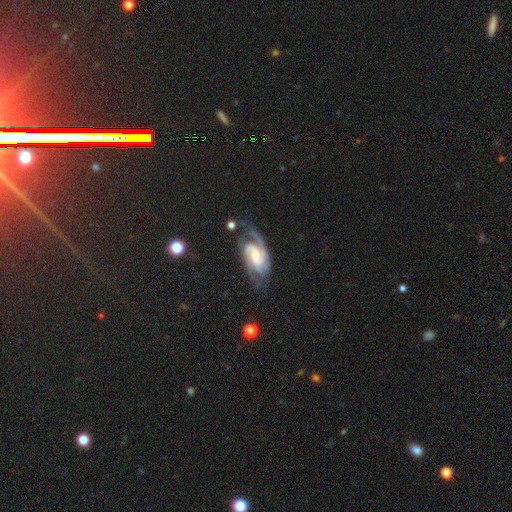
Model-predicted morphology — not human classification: Q: Smooth or featured?
A: featured or disk (89%); runner-up: smooth (7%)
Q: Edge-on disk?
A: no (96%); runner-up: yes (4%)
Q: Bar?
A: no (45%); runner-up: weak (42%)
Q: Spiral arms?
A: yes (98%); runner-up: no (2%)
Q: Spiral winding?
A: tight (48%); runner-up: medium (43%)
Q: Spiral arm count?
A: 2 (62%); runner-up: 3 (18%)
Q: Bulge size?
A: moderate (47%); runner-up: small (40%)
Q: Merging?
A: none (65%); runner-up: minor disturbance (21%)